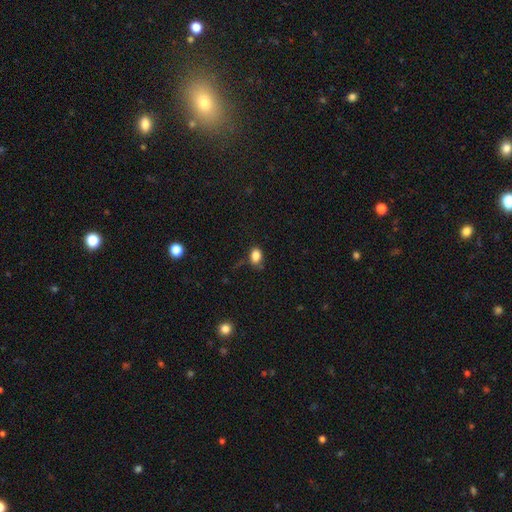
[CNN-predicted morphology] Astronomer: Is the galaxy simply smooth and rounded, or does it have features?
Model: smooth — 84%.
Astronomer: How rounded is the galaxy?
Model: in between — 76%.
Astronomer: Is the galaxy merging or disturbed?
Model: none — 62%.